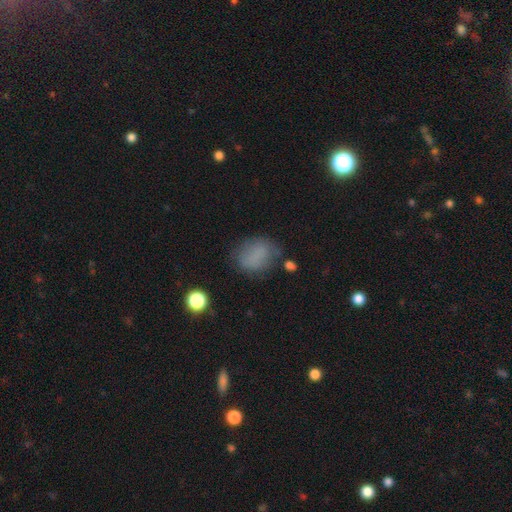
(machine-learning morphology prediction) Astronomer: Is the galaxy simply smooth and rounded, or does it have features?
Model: smooth — 75%.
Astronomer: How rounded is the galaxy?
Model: in between — 57% (runner-up: round, 42%).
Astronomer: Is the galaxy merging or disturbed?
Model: none — 65%.